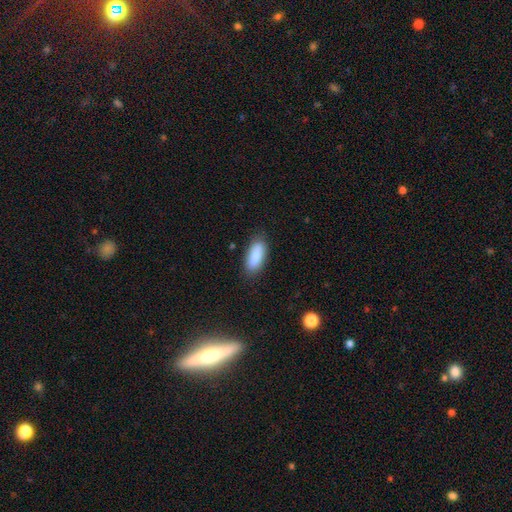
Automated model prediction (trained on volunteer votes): smooth_or_featured: smooth (p=0.88) [alt: star or artifact p=0.06]
how_rounded: in between (p=0.79) [alt: cigar-shaped p=0.19]
merging: none (p=0.83) [alt: minor disturbance p=0.12]